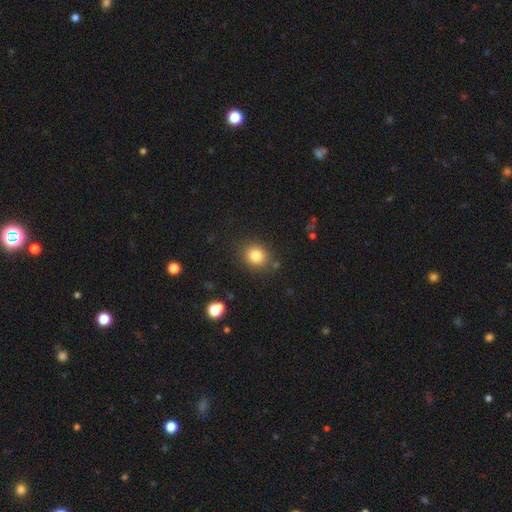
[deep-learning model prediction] Overall: smooth (83%). How rounded: round (72%). Merging: none (83%).